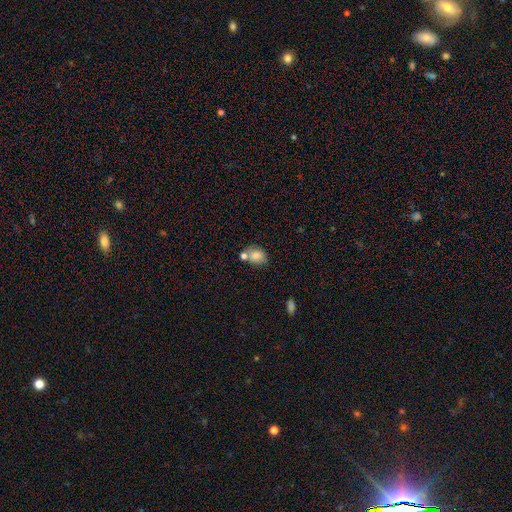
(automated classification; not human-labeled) Smooth or featured: smooth — 80% (featured or disk — 10%)
How rounded: in between — 58% (round — 41%)
Merging: none — 52% (merger — 26%)